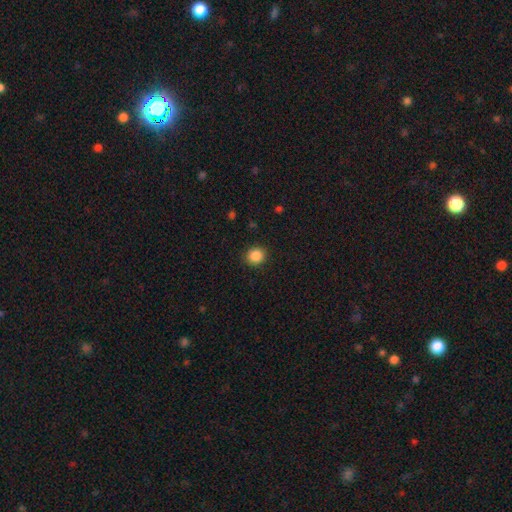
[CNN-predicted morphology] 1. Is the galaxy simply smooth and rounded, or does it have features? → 87% smooth, 10% star or artifact, 3% featured or disk.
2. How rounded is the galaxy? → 87% round, 12% in between, 1% cigar-shaped.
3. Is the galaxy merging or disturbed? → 90% none, 6% minor disturbance, 2% major disturbance, 1% merger.